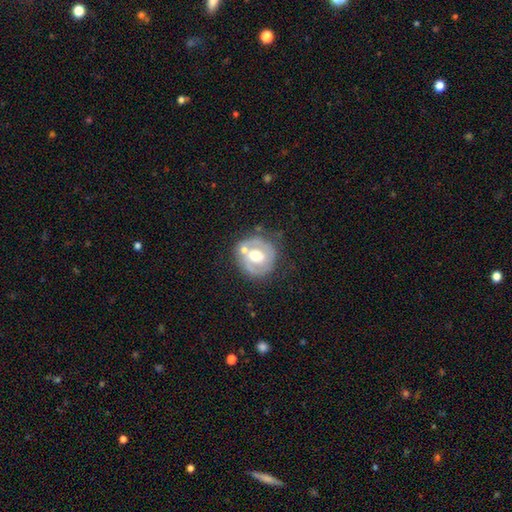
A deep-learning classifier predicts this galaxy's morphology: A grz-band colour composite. It shows a featured or disk galaxy (64%) with no bar (64%), no spiral arms (56%) and a moderate central bulge (62%). Merging: none (63%).